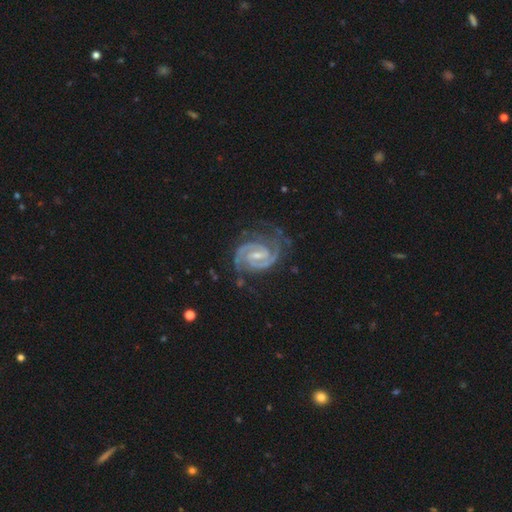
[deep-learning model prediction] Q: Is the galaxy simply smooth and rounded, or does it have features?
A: featured or disk — 92%.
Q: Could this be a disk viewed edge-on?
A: no — 98%.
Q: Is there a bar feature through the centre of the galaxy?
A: weak — 51%.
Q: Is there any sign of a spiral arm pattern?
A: yes — 99%.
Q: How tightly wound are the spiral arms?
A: tight — 60%.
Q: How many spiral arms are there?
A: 2 — 82%.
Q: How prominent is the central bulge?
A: small — 61%.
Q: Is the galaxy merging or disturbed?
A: none — 72%.